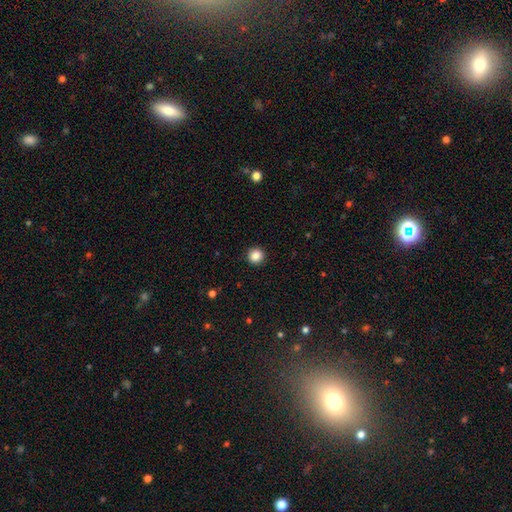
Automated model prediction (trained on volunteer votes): A smooth galaxy with no disk features (86%) that is round (95%).

Vote fractions:
- Smooth or featured? smooth: 86% / star or artifact: 10% / featured or disk: 4%
- How rounded? round: 95% / in between: 4% / cigar-shaped: 1%
- Merging? none: 93% / minor disturbance: 4% / major disturbance: 2% / merger: 1%